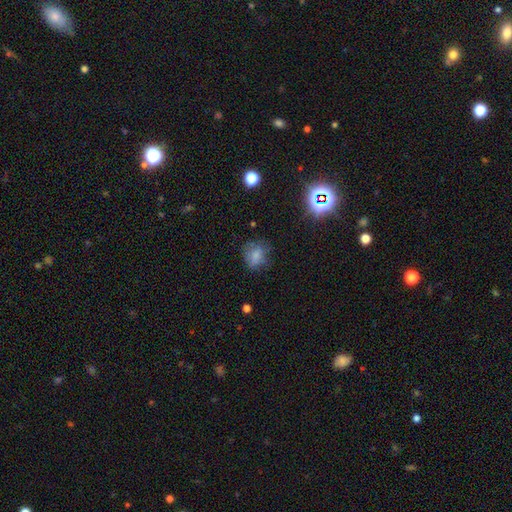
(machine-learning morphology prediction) smooth_or_featured: smooth (p=0.69) [alt: star or artifact p=0.16]
how_rounded: round (p=0.59) [alt: in between p=0.40]
merging: none (p=0.60) [alt: minor disturbance p=0.24]